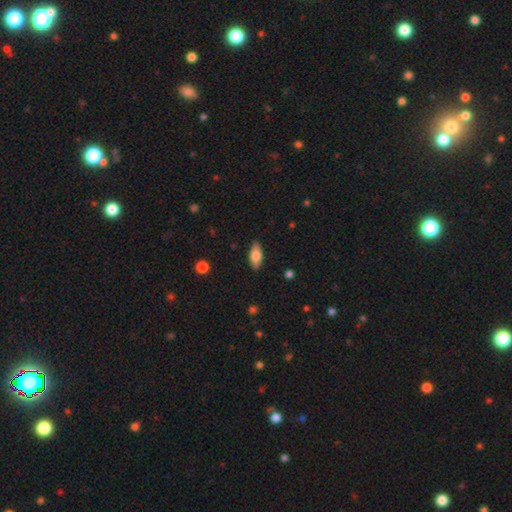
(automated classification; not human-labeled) A smooth galaxy with no disk features (79%) that is in between round and cigar-shaped (85%).

Vote fractions:
- Smooth or featured? smooth: 79% / featured or disk: 15% / star or artifact: 6%
- How rounded? in between: 85% / cigar-shaped: 13% / round: 3%
- Merging? none: 88% / minor disturbance: 9% / major disturbance: 2% / merger: 1%